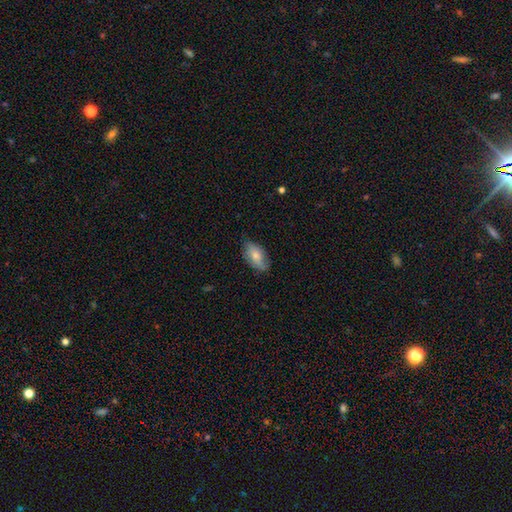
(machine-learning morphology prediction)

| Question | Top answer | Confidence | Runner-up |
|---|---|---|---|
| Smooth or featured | smooth | 71% | featured or disk (23%) |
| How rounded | in between | 92% | round (4%) |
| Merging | none | 73% | minor disturbance (22%) |